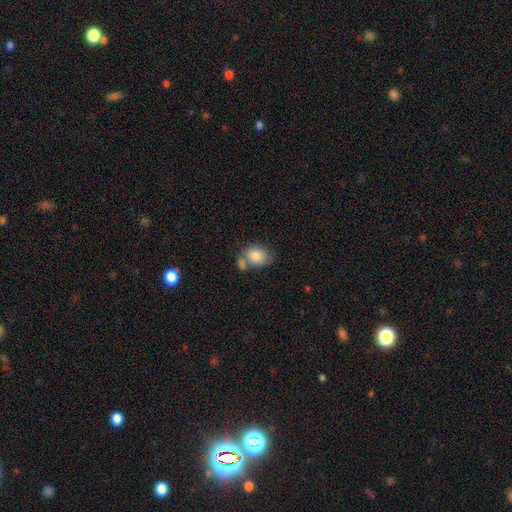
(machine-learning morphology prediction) smooth_or_featured: smooth (p=0.83) [alt: featured or disk p=0.09]
how_rounded: in between (p=0.57) [alt: round p=0.42]
merging: none (p=0.44) [alt: merger p=0.34]